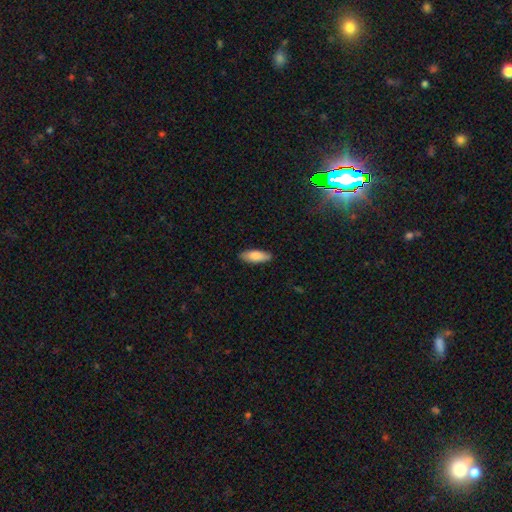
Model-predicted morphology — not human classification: smooth-or-featured: smooth: 83% | featured or disk: 11% | star or artifact: 6%
  how-rounded: in between: 71% | cigar-shaped: 27% | round: 2%
  merging: none: 87% | minor disturbance: 10% | major disturbance: 2% | merger: 1%